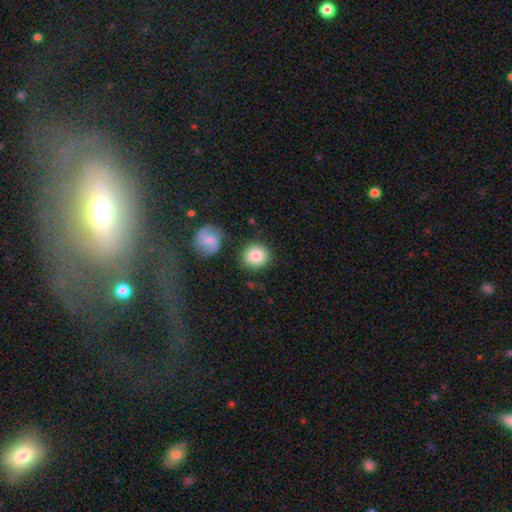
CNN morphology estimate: smooth 85%, featured or disk 9%, star or artifact 7%. Down the decision tree: how rounded — round (92%); merging — none (84%).